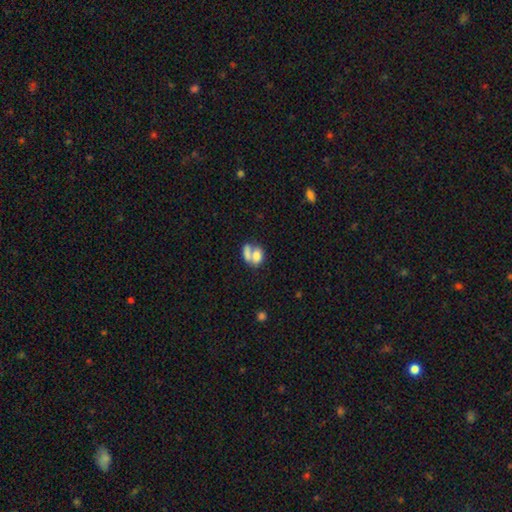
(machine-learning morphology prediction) A smooth galaxy with no disk features (73%) that is in between round and cigar-shaped (76%).

Vote fractions:
- Smooth or featured? smooth: 73% / featured or disk: 18% / star or artifact: 9%
- How rounded? in between: 76% / round: 21% / cigar-shaped: 3%
- Merging? merger: 60% / none: 24% / minor disturbance: 8% / major disturbance: 8%